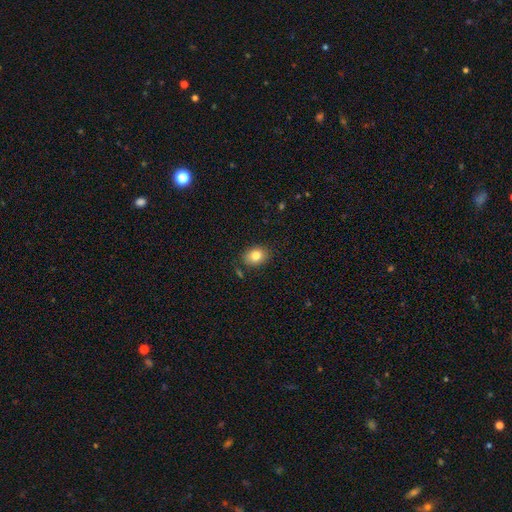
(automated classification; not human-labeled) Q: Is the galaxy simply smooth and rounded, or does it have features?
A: smooth — 82%.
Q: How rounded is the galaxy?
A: in between — 63%.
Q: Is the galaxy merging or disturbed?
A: none — 84%.